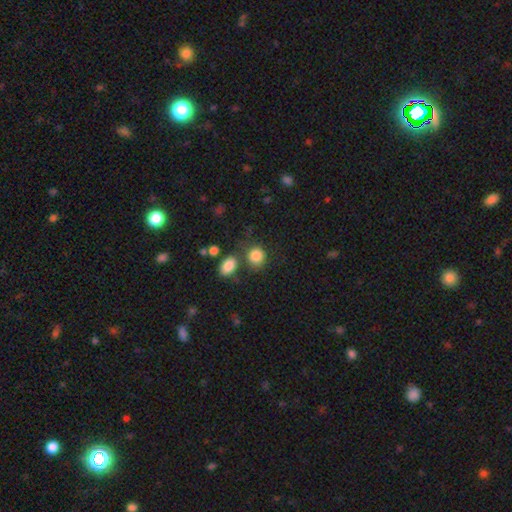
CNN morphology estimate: This is clearly a smooth galaxy (85%). How rounded: likely round (71%). Merging: likely none (65%).